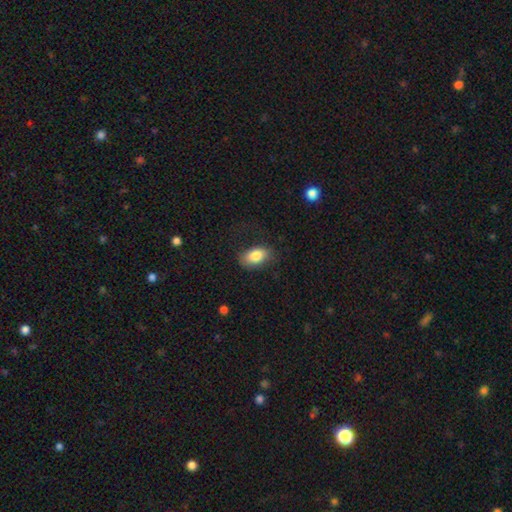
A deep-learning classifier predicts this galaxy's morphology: A smooth galaxy with no disk features (84%) that is in between round and cigar-shaped (91%).

Vote fractions:
- Smooth or featured? smooth: 84% / featured or disk: 9% / star or artifact: 7%
- How rounded? in between: 91% / round: 7% / cigar-shaped: 2%
- Merging? none: 77% / minor disturbance: 16% / major disturbance: 6% / merger: 1%